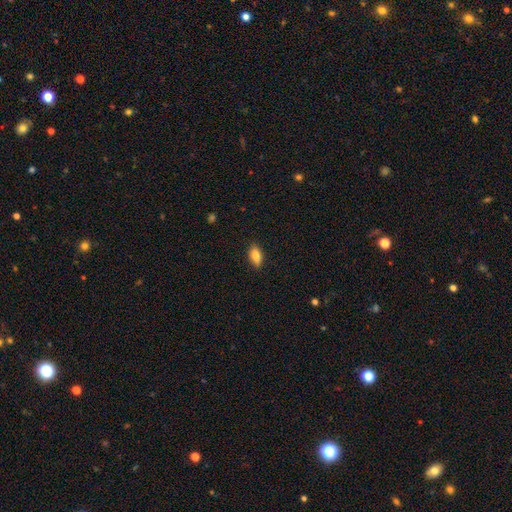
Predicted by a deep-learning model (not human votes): The model was most divided on "smooth or featured": smooth: 81%, featured or disk: 12%, star or artifact: 7%. More confident: merging — none (86%); how rounded — in between (85%).